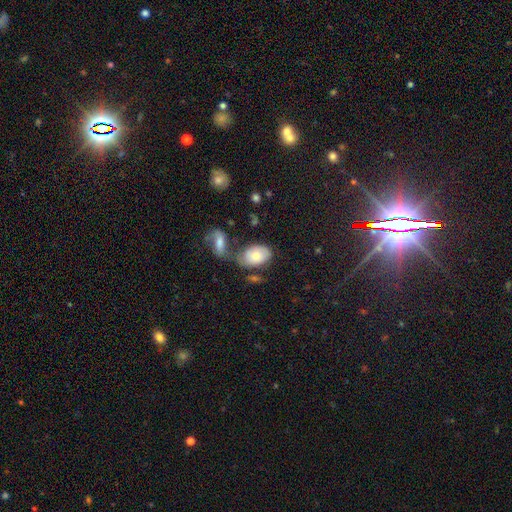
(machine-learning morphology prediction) A smooth galaxy with no disk features (66%) that is in between round and cigar-shaped (90%). Merging: merger (36%).